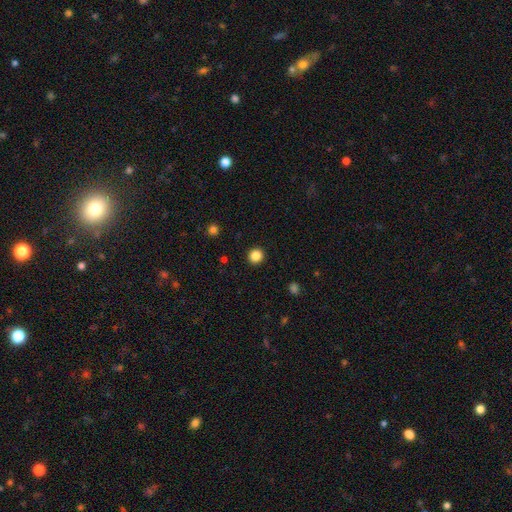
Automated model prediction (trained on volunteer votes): Smooth or featured? Predicted: smooth (p=0.86). How rounded? Predicted: round (p=0.94). Merging? Predicted: none (p=0.93).